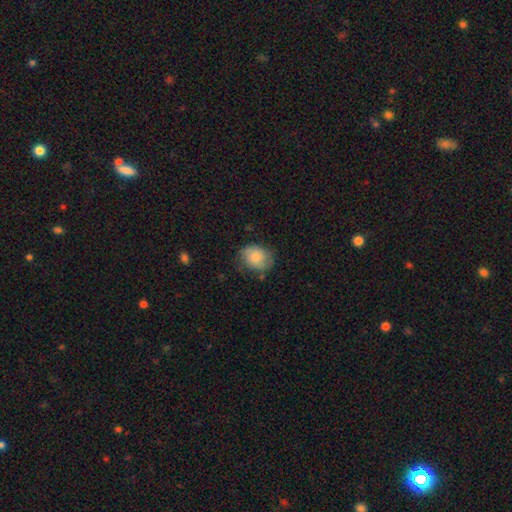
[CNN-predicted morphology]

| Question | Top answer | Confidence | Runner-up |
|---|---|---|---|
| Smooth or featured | smooth | 67% | featured or disk (24%) |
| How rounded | in between | 50% | round (49%) |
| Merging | none | 69% | minor disturbance (23%) |